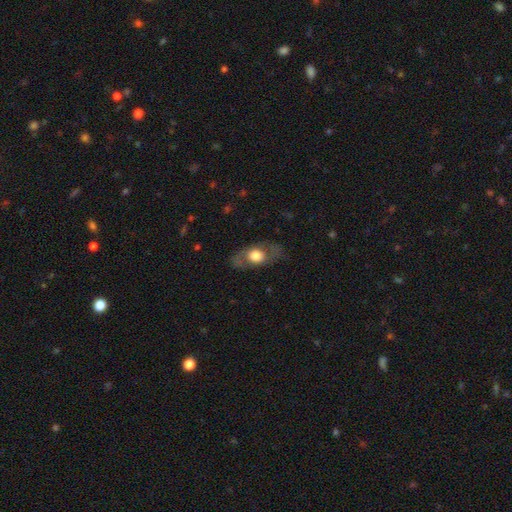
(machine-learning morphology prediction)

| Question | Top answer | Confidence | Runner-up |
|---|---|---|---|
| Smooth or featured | featured or disk | 48% | smooth (46%) |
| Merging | none | 76% | minor disturbance (14%) |